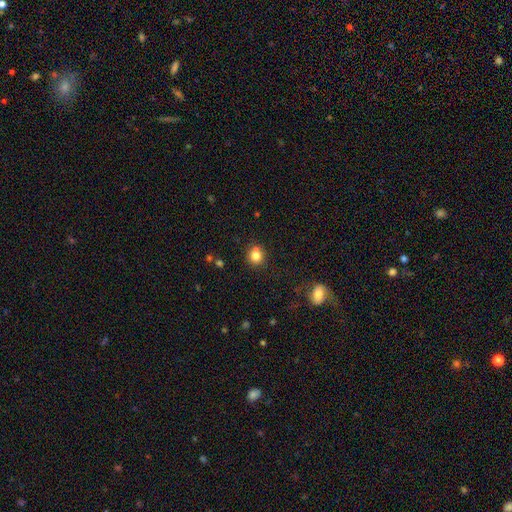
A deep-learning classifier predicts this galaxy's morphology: Smooth or featured? Predicted: smooth (p=0.80). How rounded? Predicted: round (p=0.83). Merging? Predicted: none (p=0.72).